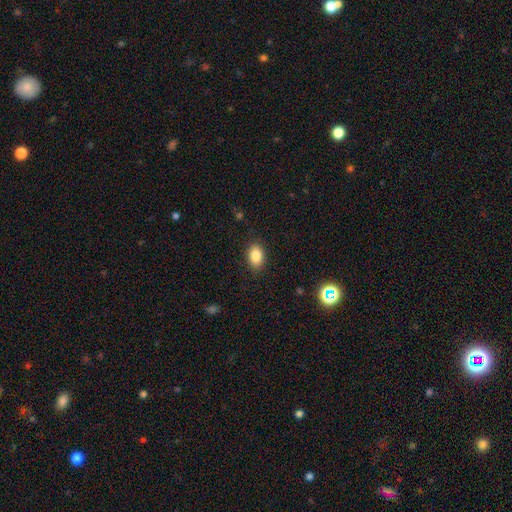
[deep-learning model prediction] This is clearly a smooth galaxy (85%). How rounded: clearly in between (85%). Merging: clearly none (87%).